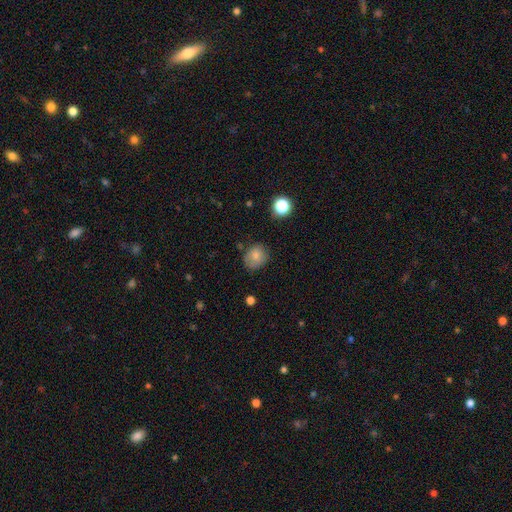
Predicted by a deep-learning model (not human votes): Q: Smooth or featured?
A: smooth (78%); runner-up: star or artifact (11%)
Q: How rounded?
A: round (62%); runner-up: in between (37%)
Q: Merging?
A: none (72%); runner-up: minor disturbance (21%)